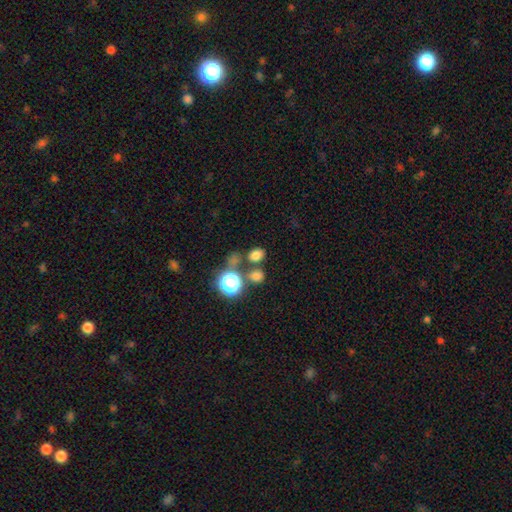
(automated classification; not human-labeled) smooth 75%, star or artifact 19%, featured or disk 7%. Down the decision tree: how rounded — in between (50%); merging — none (66%).